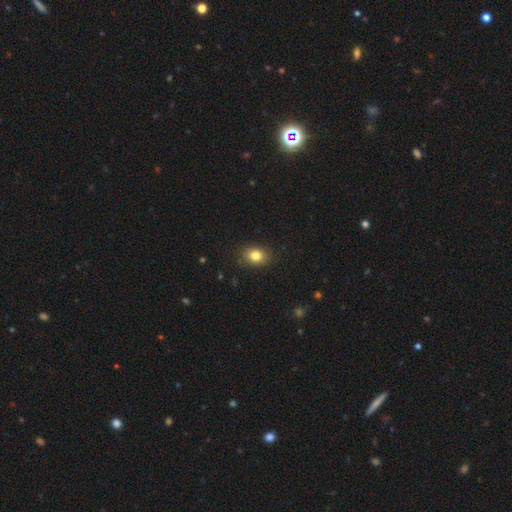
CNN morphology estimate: Smooth or featured? smooth (82%)
How rounded? in between (62%)
Merging? none (88%)